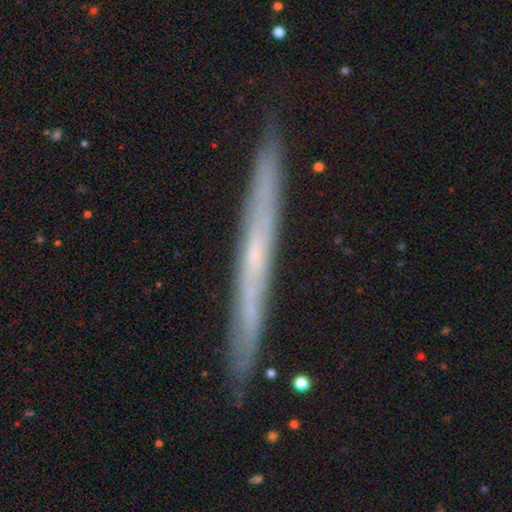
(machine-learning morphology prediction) This is likely a featured or disk galaxy (65%). It is clearly viewed edge-on (94%). Edge-on bulge: likely none (80%). Merging: clearly none (90%).